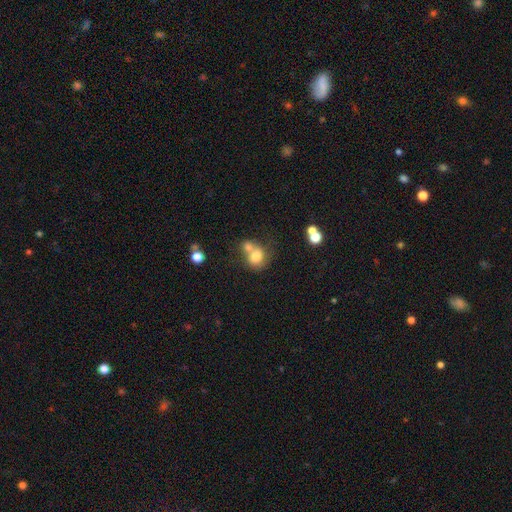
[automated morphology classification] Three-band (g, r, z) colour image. It shows a smooth galaxy with no disk features (72%) that is round (66%). Merging: merger (56%).